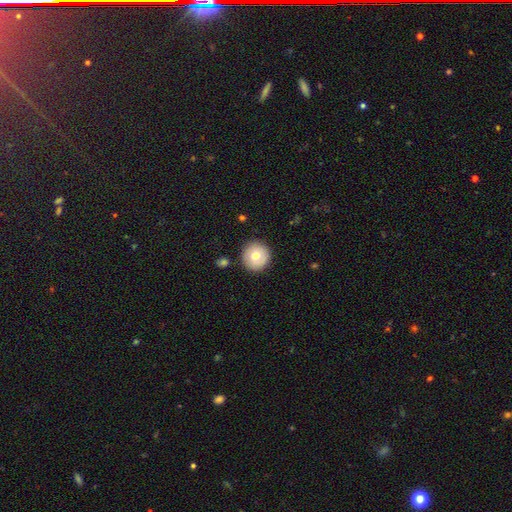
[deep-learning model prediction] This is likely a smooth galaxy (72%). How rounded: clearly round (93%). Merging: clearly none (89%).